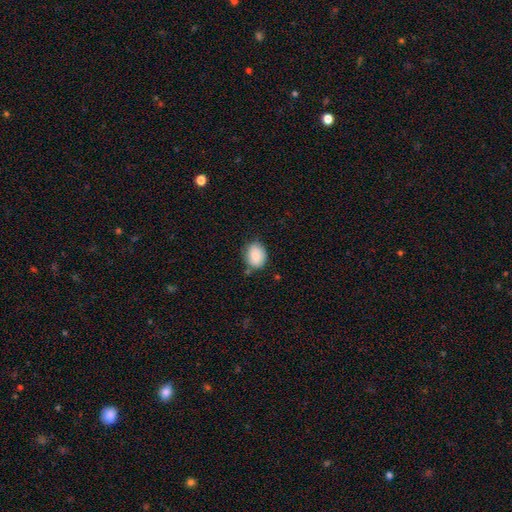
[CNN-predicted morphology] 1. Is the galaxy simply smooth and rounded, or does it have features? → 85% smooth, 8% featured or disk, 7% star or artifact.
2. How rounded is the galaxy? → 57% in between, 42% round, 1% cigar-shaped.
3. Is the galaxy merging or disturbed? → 71% none, 22% minor disturbance, 4% major disturbance, 4% merger.